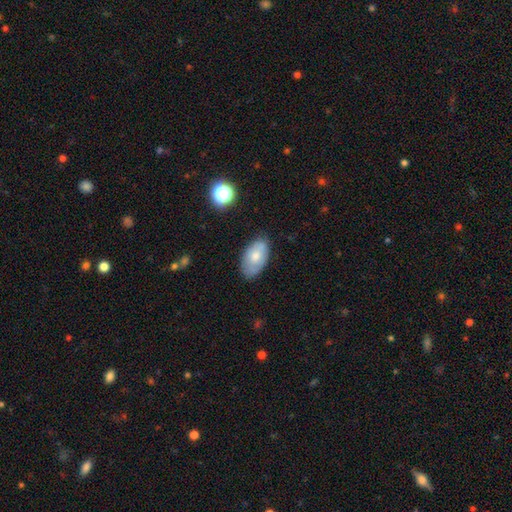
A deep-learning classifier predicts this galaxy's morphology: type=smooth (66%); roundness=in between (93%); merging=none (72%).